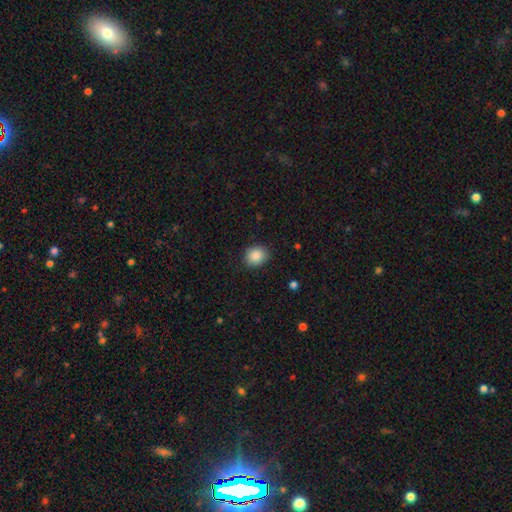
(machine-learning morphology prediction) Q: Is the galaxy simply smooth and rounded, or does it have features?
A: smooth — 87%.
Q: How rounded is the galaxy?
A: round — 71%.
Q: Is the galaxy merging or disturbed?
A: none — 87%.